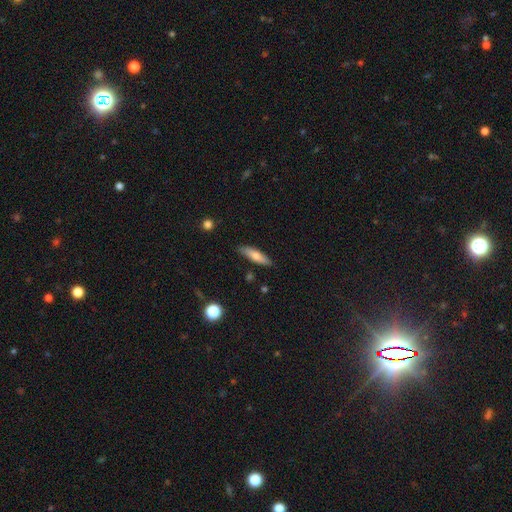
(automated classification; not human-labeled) This appears to be a smooth galaxy with no disk features (69%) that is cigar-shaped (64%). Merging: none (85%).